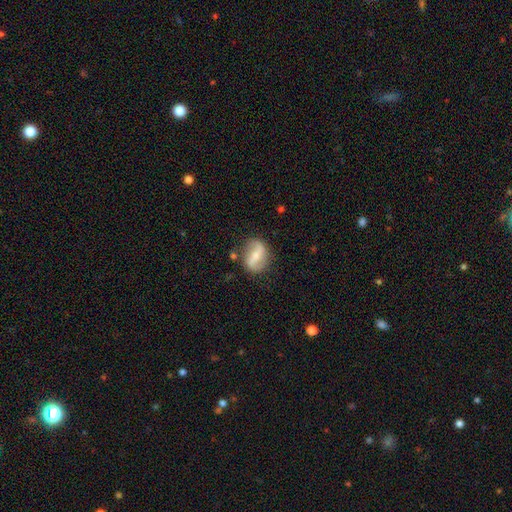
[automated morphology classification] A featured or disk galaxy (71%) with a strong bar (46%), 2 (91%) loose (64%) spiral arms (85%) and a small central bulge (50%).

Vote fractions:
- Smooth or featured? featured or disk: 71% / smooth: 23% / star or artifact: 6%
- Edge-on disk? no: 96% / yes: 4%
- Bar? strong: 46% / weak: 34% / no: 20%
- Spiral arms? yes: 85% / no: 15%
- Spiral winding? loose: 64% / medium: 27% / tight: 10%
- Spiral arm count? 2: 91% / can't tell: 4% / 1: 3% / 3: 1% / 4: 1% / more than 4: 1%
- Bulge size? small: 50% / moderate: 40% / none: 6% / large: 3% / dominant: 1%
- Merging? none: 80% / minor disturbance: 14% / major disturbance: 4% / merger: 3%